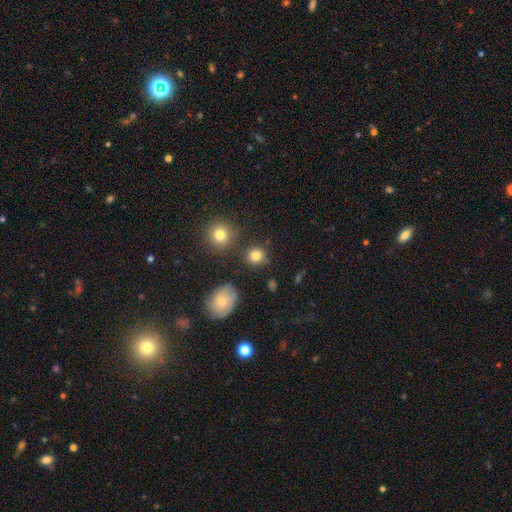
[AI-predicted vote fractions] smooth-or-featured: smooth: 82% | star or artifact: 12% | featured or disk: 6%
  how-rounded: round: 86% | in between: 13% | cigar-shaped: 1%
  merging: none: 83% | minor disturbance: 10% | merger: 4% | major disturbance: 3%